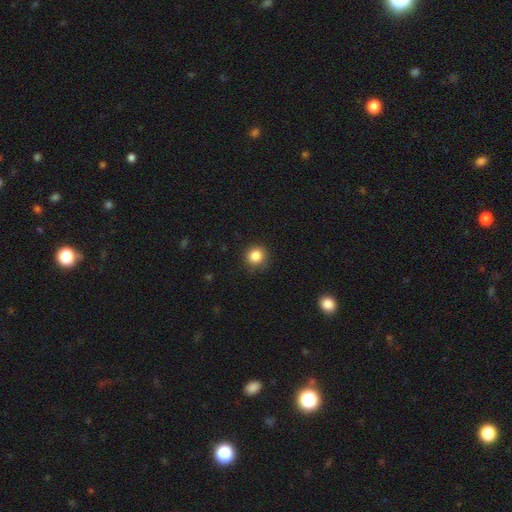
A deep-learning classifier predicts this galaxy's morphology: This appears to be a smooth galaxy with no disk features (85%) that is round (90%). Merging: none (84%).